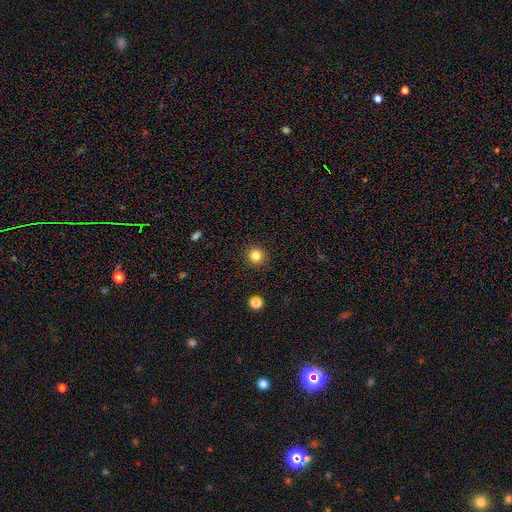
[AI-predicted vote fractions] This appears to be a smooth galaxy with no disk features (82%) that is round (94%). Merging: none (92%).